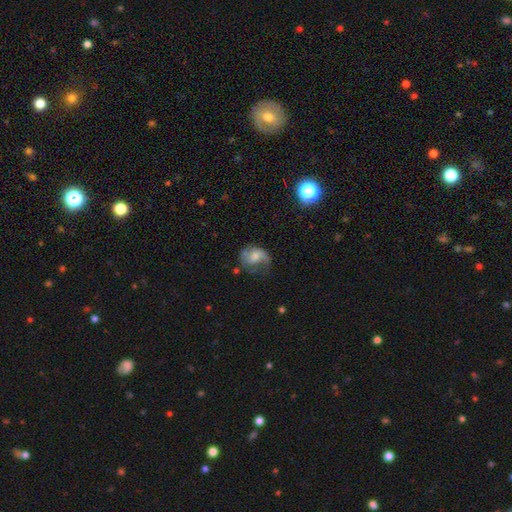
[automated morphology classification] type=featured or disk (53%); edge-on=no (97%); bar=no (67%); spiral arms=yes (80%); bulge=moderate (37%); merging=none (41%).